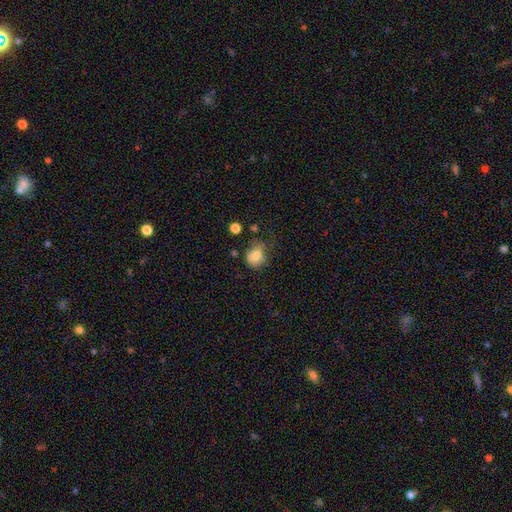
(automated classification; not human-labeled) The model was most divided on "merging": none: 47%, minor disturbance: 32%, major disturbance: 16%, merger: 5%. More confident: smooth or featured — smooth (78%); how rounded — round (62%).